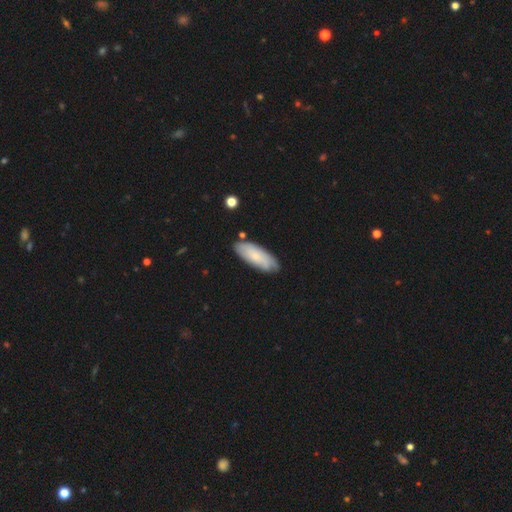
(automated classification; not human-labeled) A smooth galaxy with no disk features (59%) that is in between round and cigar-shaped (71%).

Vote fractions:
- Smooth or featured? smooth: 59% / featured or disk: 35% / star or artifact: 6%
- How rounded? in between: 71% / cigar-shaped: 27% / round: 2%
- Merging? none: 76% / minor disturbance: 18% / major disturbance: 3% / merger: 3%